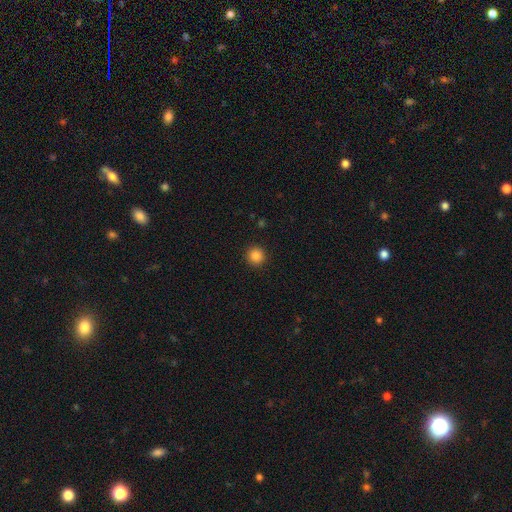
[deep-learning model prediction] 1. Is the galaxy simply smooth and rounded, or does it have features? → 86% smooth, 11% star or artifact, 3% featured or disk.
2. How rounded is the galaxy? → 95% round, 4% in between, 1% cigar-shaped.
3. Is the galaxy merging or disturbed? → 93% none, 5% minor disturbance, 2% major disturbance, 1% merger.